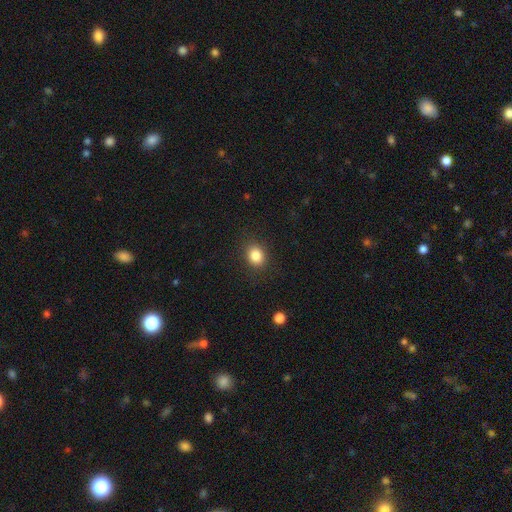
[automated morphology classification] Smooth or featured? Predicted: smooth (p=0.85). How rounded? Predicted: round (p=0.58). Merging? Predicted: none (p=0.87).